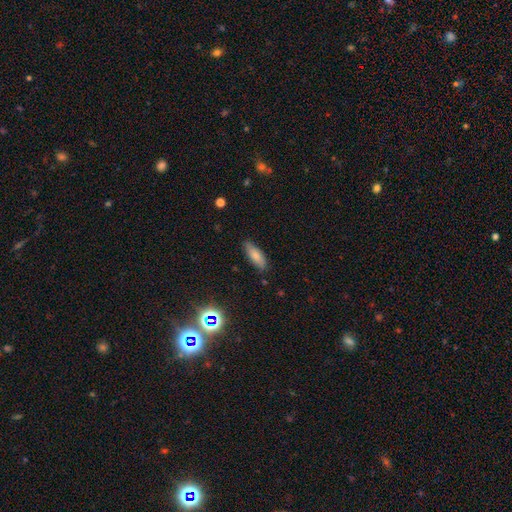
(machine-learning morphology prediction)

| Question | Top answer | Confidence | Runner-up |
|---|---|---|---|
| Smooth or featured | smooth | 78% | featured or disk (14%) |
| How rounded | in between | 63% | cigar-shaped (35%) |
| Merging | none | 83% | minor disturbance (13%) |